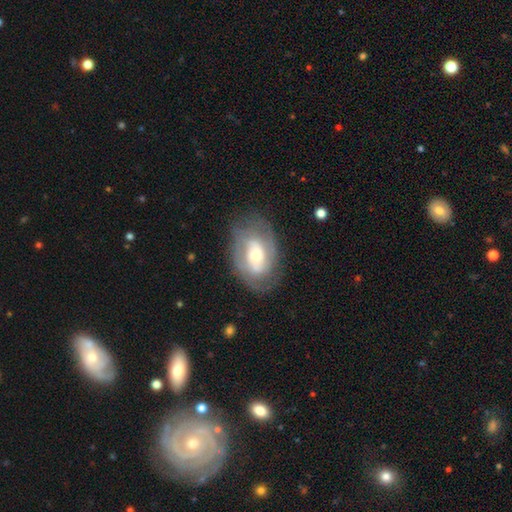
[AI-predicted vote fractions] Overall: featured or disk (64%; smooth 29%). Edge-on disk: no (94%). Bar: no (46%; weak 37%). Spiral arms: yes (71%). Bulge size: moderate (52%; small 36%). Merging: none (72%).